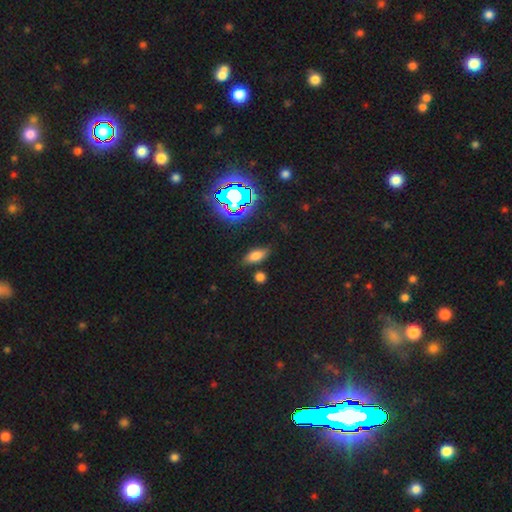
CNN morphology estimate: smooth_or_featured: smooth (p=0.69) [alt: star or artifact p=0.21]
how_rounded: in between (p=0.82) [alt: cigar-shaped p=0.12]
merging: none (p=0.81) [alt: minor disturbance p=0.11]